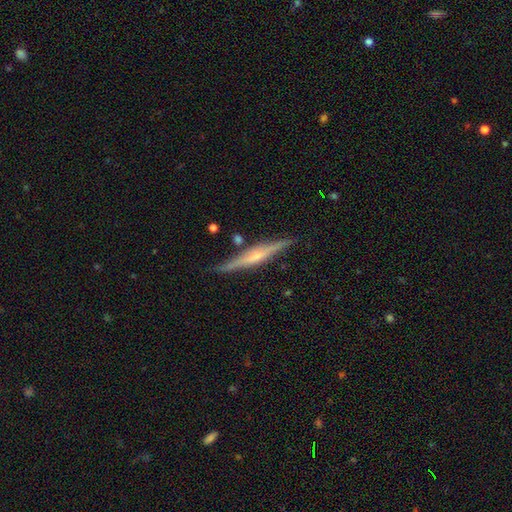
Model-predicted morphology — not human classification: Q: Smooth or featured?
A: featured or disk (72%); runner-up: smooth (22%)
Q: Edge-on disk?
A: yes (97%); runner-up: no (3%)
Q: Edge-on bulge?
A: rounded (62%); runner-up: none (20%)
Q: Merging?
A: none (84%); runner-up: minor disturbance (11%)